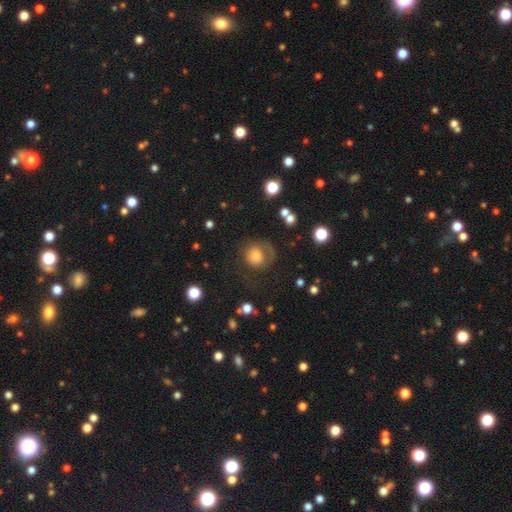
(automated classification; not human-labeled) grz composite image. It shows a smooth galaxy with no disk features (63%) that is round (80%). Merging: none (52%).